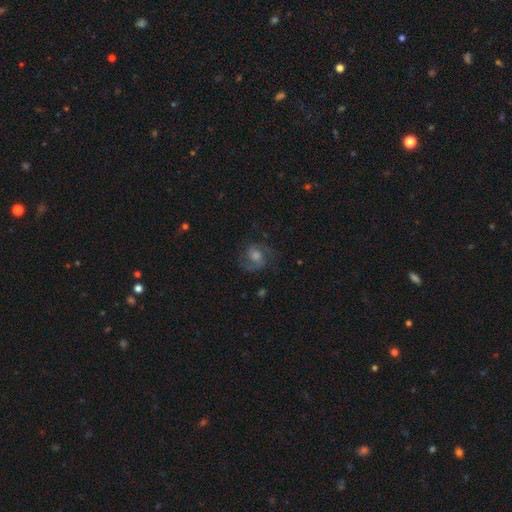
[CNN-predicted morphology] The model was most divided on "bar": no: 53%, weak: 39%, strong: 8%. Remaining: edge-on disk — no (98%); spiral arms — yes (93%); spiral arm count — 2 (82%); merging — none (74%); smooth or featured — featured or disk (71%); spiral winding — medium (55%); bulge size — moderate (47%).